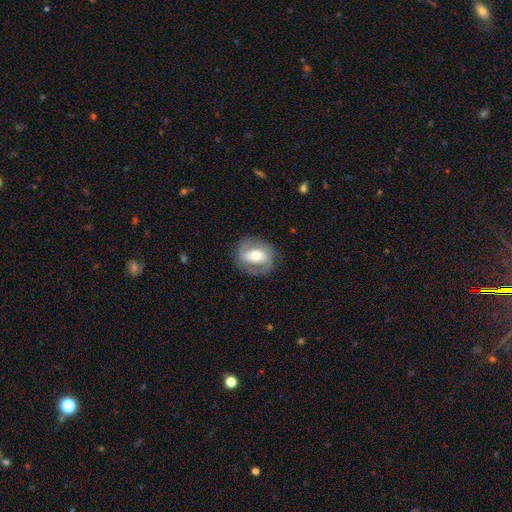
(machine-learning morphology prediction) This appears to be a featured or disk galaxy (67%) with no bar (38%), spiral arms (76%) and a moderate central bulge (70%). Merging: none (78%).